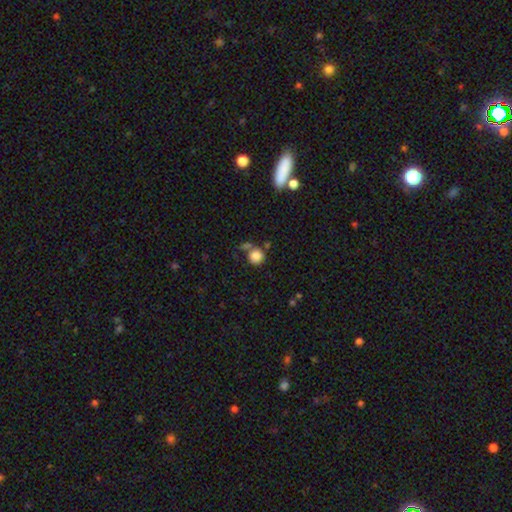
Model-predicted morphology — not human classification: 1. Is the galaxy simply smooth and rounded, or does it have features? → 84% smooth, 10% star or artifact, 6% featured or disk.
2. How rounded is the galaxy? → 92% round, 7% in between, 1% cigar-shaped.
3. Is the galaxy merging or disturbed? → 59% none, 20% merger, 13% minor disturbance, 8% major disturbance.